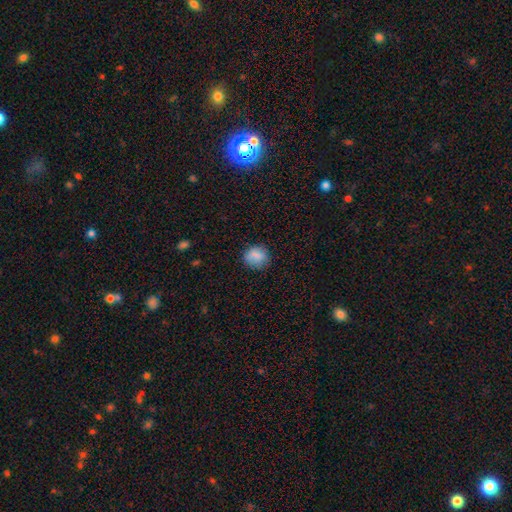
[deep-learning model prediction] smooth-or-featured: smooth: 82% | star or artifact: 10% | featured or disk: 8%
  how-rounded: round: 74% | in between: 25% | cigar-shaped: 1%
  merging: none: 77% | minor disturbance: 16% | major disturbance: 5% | merger: 1%